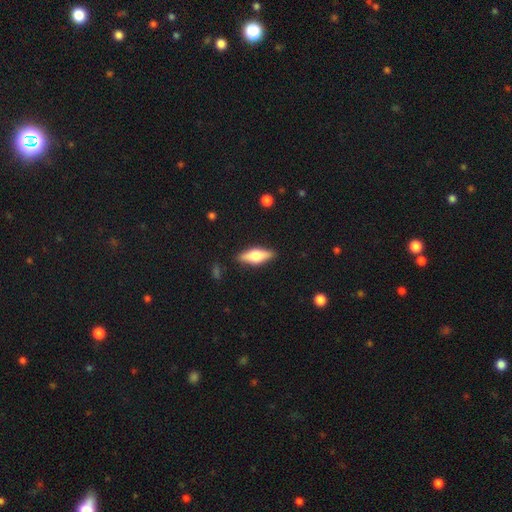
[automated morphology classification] A smooth galaxy with no disk features (52%) that is in between round and cigar-shaped (61%).

Vote fractions:
- Smooth or featured? smooth: 52% / featured or disk: 42% / star or artifact: 6%
- How rounded? in between: 61% / cigar-shaped: 36% / round: 3%
- Merging? none: 87% / minor disturbance: 10% / major disturbance: 2% / merger: 1%